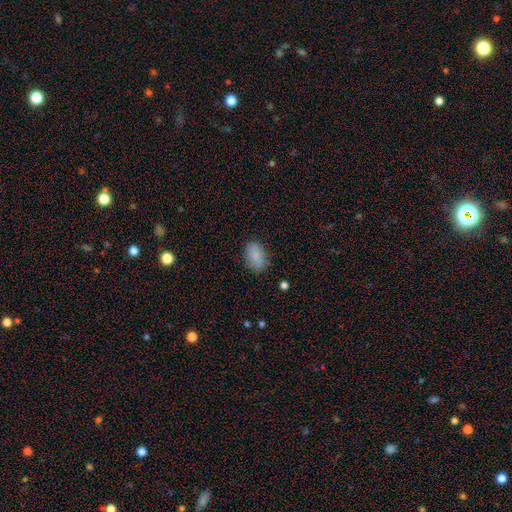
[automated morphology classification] smooth_or_featured: smooth (p=0.84) [alt: star or artifact p=0.09]
how_rounded: in between (p=0.88) [alt: round p=0.10]
merging: none (p=0.79) [alt: minor disturbance p=0.16]